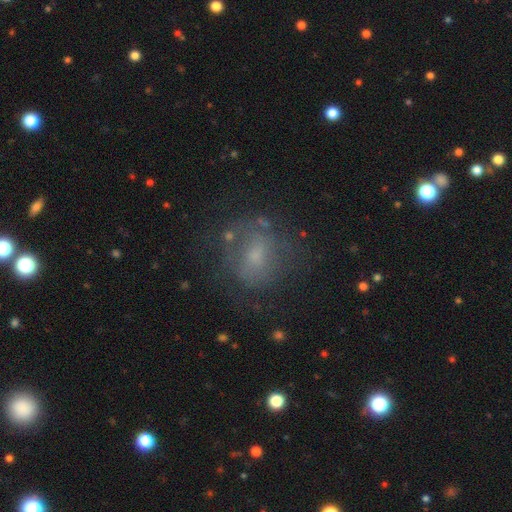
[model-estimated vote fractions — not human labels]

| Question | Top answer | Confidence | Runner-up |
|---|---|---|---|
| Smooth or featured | smooth | 43% | featured or disk (41%) |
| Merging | none | 65% | minor disturbance (19%) |